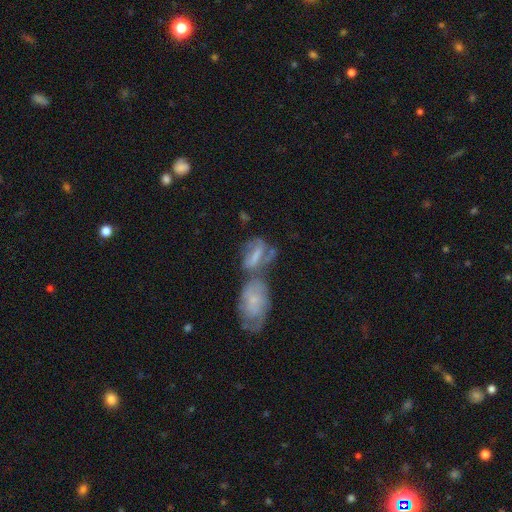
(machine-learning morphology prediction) Smooth or featured? Predicted: featured or disk (p=0.49). Merging? Predicted: merger (p=0.50).